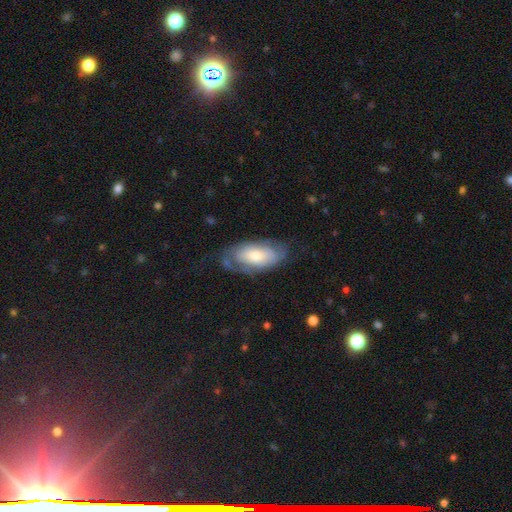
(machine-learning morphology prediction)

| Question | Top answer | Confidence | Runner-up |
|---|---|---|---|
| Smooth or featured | smooth | 47% | tied: featured or disk (47%) |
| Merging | none | 56% | minor disturbance (26%) |